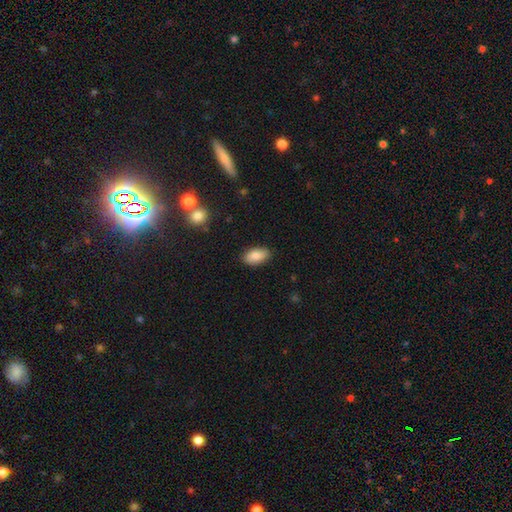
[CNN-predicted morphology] Smooth or featured? smooth (86%)
How rounded? in between (93%)
Merging? none (86%)